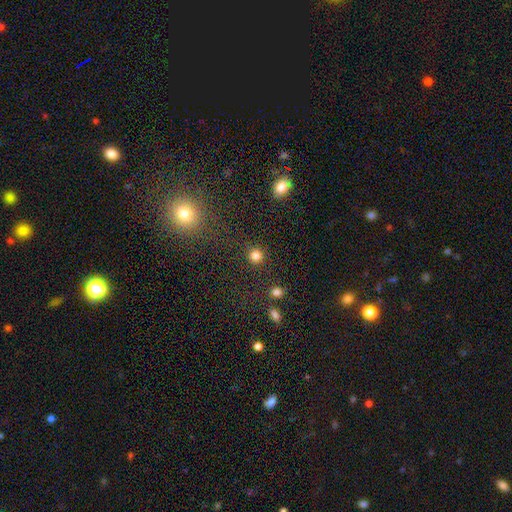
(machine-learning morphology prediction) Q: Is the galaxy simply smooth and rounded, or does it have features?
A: smooth — 83%.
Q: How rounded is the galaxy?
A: round — 93%.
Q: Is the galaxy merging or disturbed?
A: none — 88%.